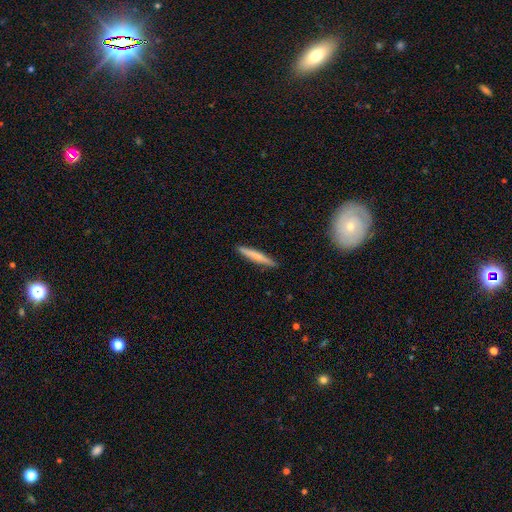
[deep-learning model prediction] Smooth or featured?
  - smooth: 60% *
  - featured or disk: 34%
  - star or artifact: 6%
How rounded?
  - cigar-shaped: 94% *
  - in between: 4%
  - round: 1%
Merging?
  - none: 90% *
  - minor disturbance: 7%
  - major disturbance: 1%
  - merger: 1%